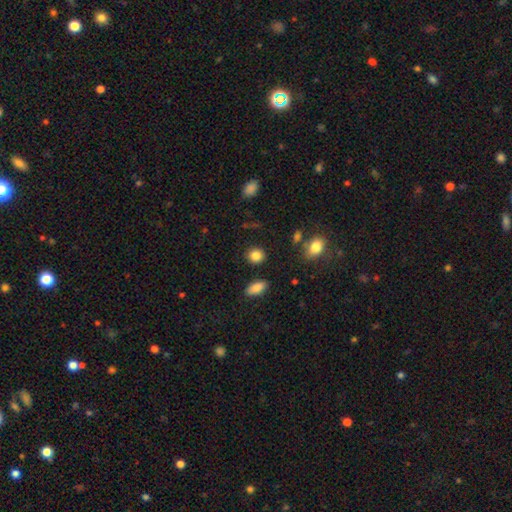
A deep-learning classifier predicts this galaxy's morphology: smooth 85%, star or artifact 10%, featured or disk 5%. Down the decision tree: how rounded — round (79%); merging — none (87%).